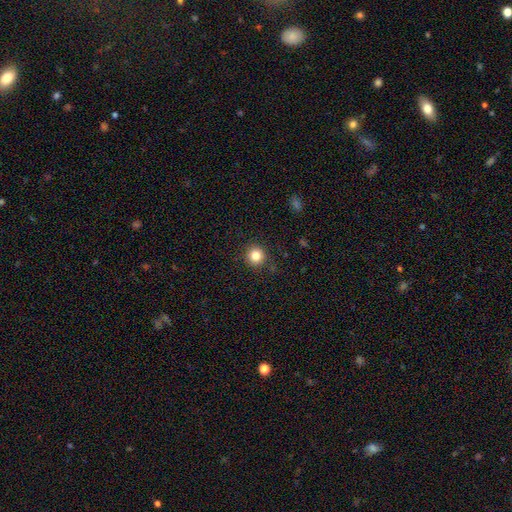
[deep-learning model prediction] smooth 83%, star or artifact 11%, featured or disk 6%. Down the decision tree: how rounded — round (93%); merging — none (91%).